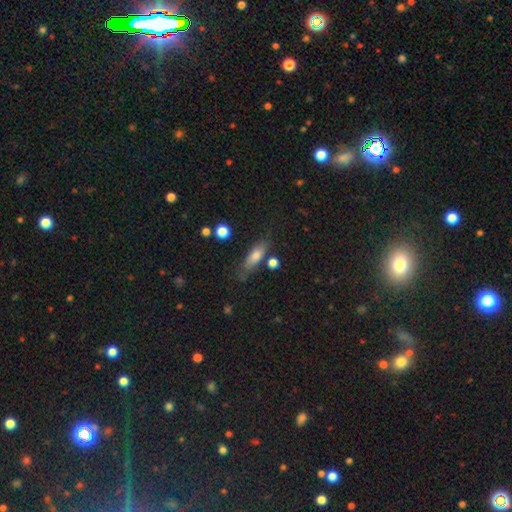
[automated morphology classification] Overall: smooth (70%). How rounded: cigar-shaped (49%; in between 47%). Merging: none (70%).